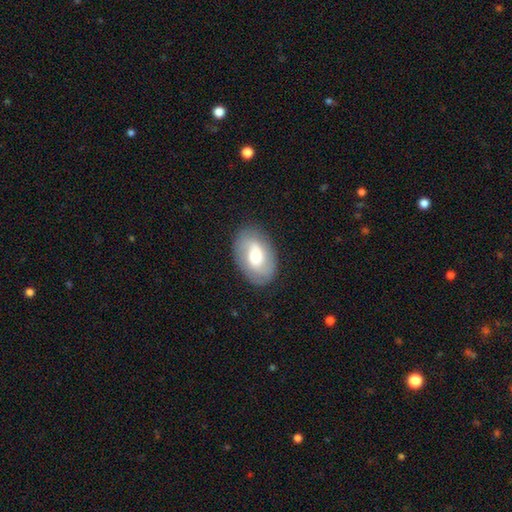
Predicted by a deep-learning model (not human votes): Q: Smooth or featured?
A: featured or disk (50%); runner-up: smooth (42%)
Q: Edge-on disk?
A: no (95%); runner-up: yes (5%)
Q: Merging?
A: none (83%); runner-up: minor disturbance (12%)